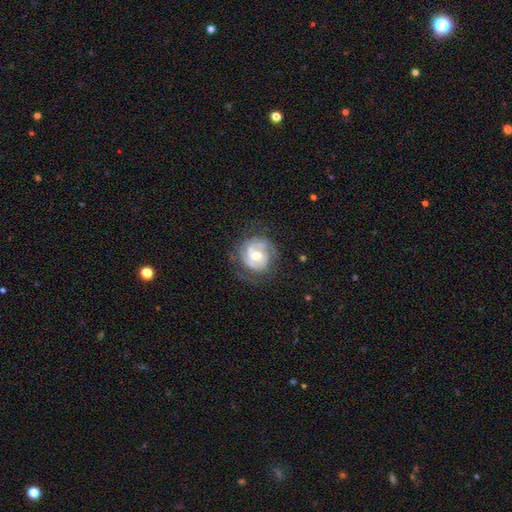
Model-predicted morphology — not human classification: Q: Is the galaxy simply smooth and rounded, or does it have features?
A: featured or disk — 77%.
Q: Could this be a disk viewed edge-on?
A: no — 98%.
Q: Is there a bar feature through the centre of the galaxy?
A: weak — 46%.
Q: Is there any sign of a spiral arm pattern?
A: yes — 92%.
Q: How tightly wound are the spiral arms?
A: tight — 56%.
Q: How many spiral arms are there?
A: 2 — 55%.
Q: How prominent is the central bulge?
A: moderate — 56%.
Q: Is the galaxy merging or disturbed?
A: none — 67%.